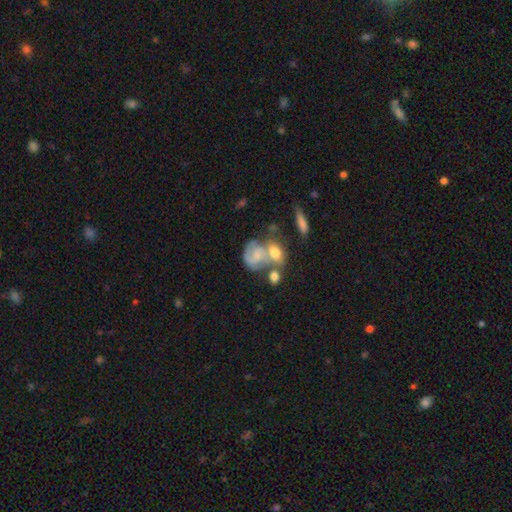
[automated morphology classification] Overall: featured or disk (46%; smooth 45%). Merging: merger (45%; none 24%).